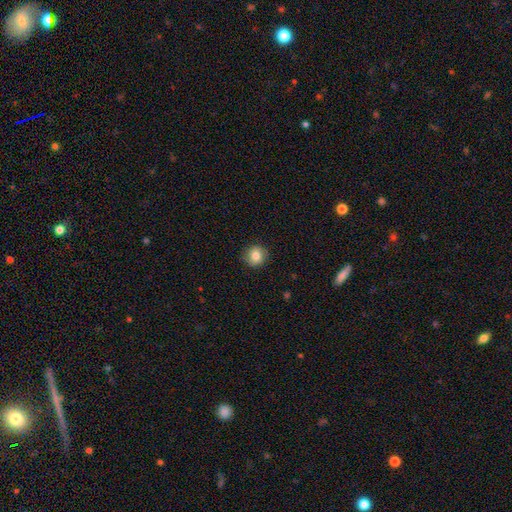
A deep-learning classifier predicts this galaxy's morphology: Q: Smooth or featured?
A: smooth (83%); runner-up: star or artifact (9%)
Q: How rounded?
A: round (88%); runner-up: in between (11%)
Q: Merging?
A: none (89%); runner-up: minor disturbance (8%)